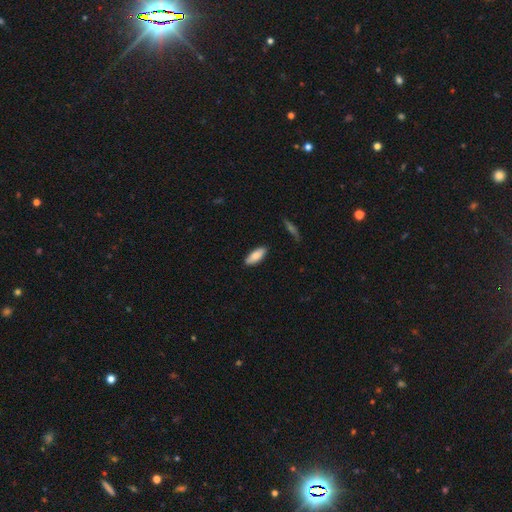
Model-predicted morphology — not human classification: smooth-or-featured: smooth: 82% | featured or disk: 12% | star or artifact: 6%
  how-rounded: in between: 77% | cigar-shaped: 21% | round: 2%
  merging: none: 87% | minor disturbance: 10% | major disturbance: 2% | merger: 1%